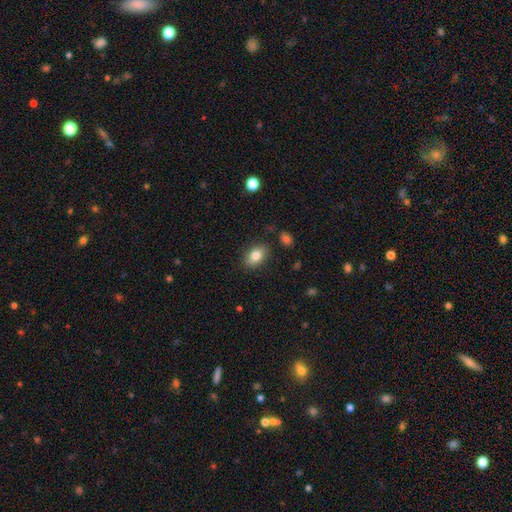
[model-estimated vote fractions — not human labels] smooth 81%, featured or disk 10%, star or artifact 8%. Down the decision tree: how rounded — in between (84%); merging — none (84%).